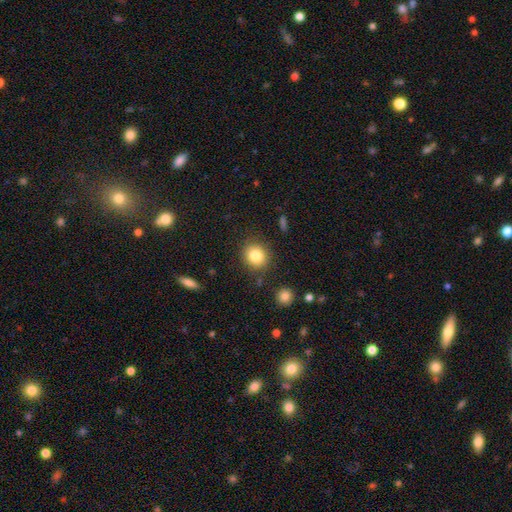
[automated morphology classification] This is clearly a smooth galaxy (83%). How rounded: clearly round (82%). Merging: clearly none (86%).